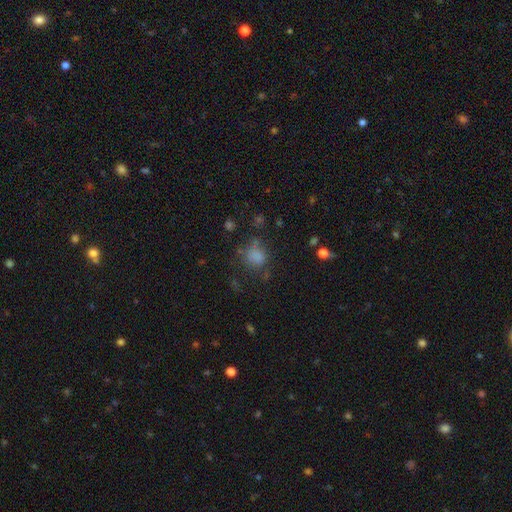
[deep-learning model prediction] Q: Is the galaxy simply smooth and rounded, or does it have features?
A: smooth — 77%.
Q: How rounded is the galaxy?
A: round — 67%.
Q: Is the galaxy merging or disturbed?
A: none — 63%.